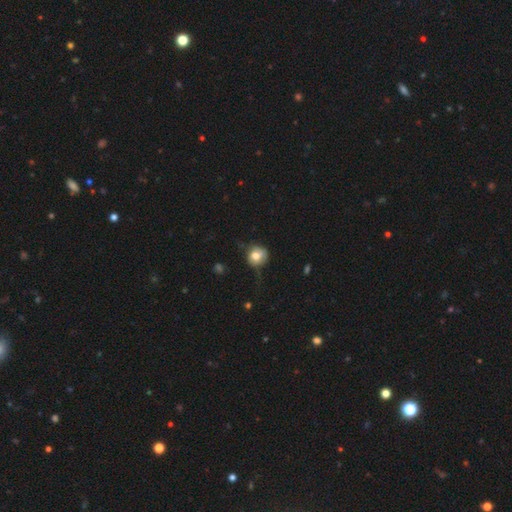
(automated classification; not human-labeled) This appears to be a smooth galaxy with no disk features (71%) that is round (84%). Merging: none (55%).